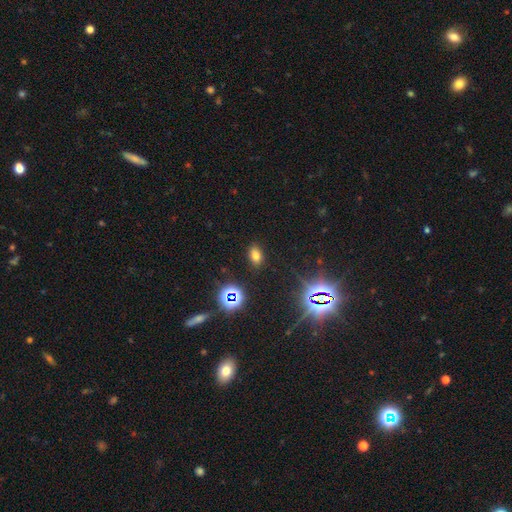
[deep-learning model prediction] A smooth galaxy with no disk features (66%) that is in between round and cigar-shaped (83%). Merging: none (86%).